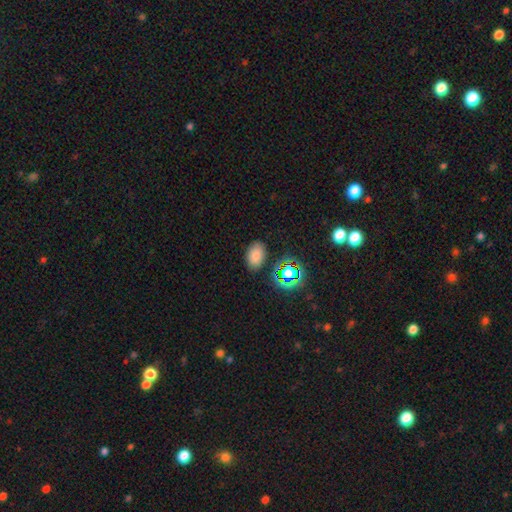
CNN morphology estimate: smooth 77%, star or artifact 17%, featured or disk 6%. Down the decision tree: how rounded — in between (88%); merging — none (84%).